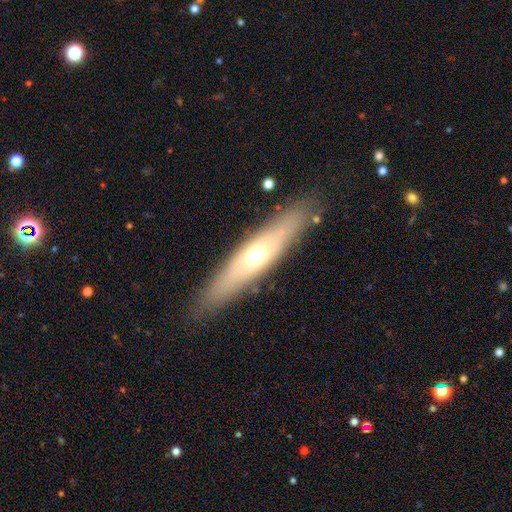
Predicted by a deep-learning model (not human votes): Smooth or featured? Predicted: smooth (p=0.48). Merging? Predicted: none (p=0.86).